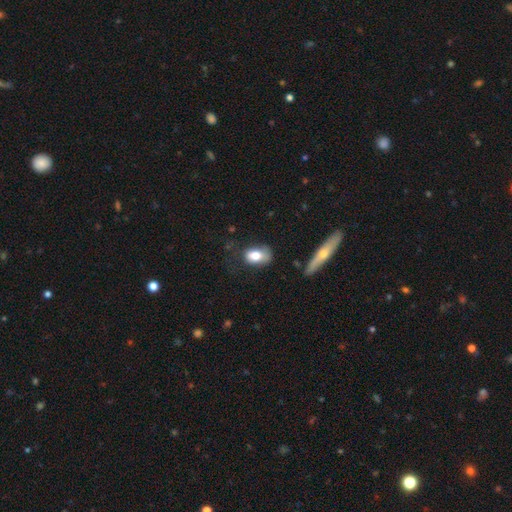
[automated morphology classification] Smooth or featured? smooth (76%)
How rounded? in between (82%)
Merging? none (46%)